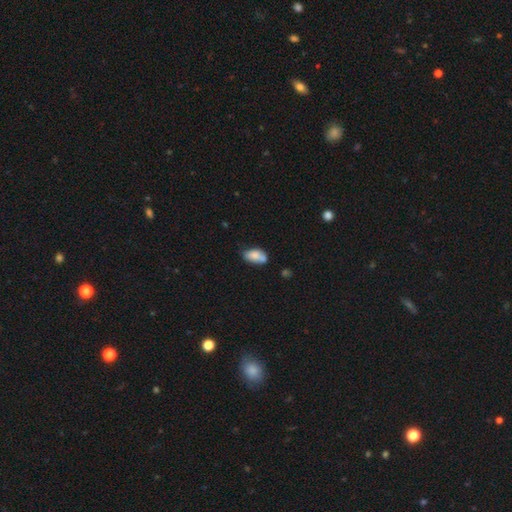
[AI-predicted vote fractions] smooth_or_featured: smooth (p=0.79) [alt: featured or disk p=0.13]
how_rounded: in between (p=0.91) [alt: round p=0.05]
merging: none (p=0.50) [alt: minor disturbance p=0.28]